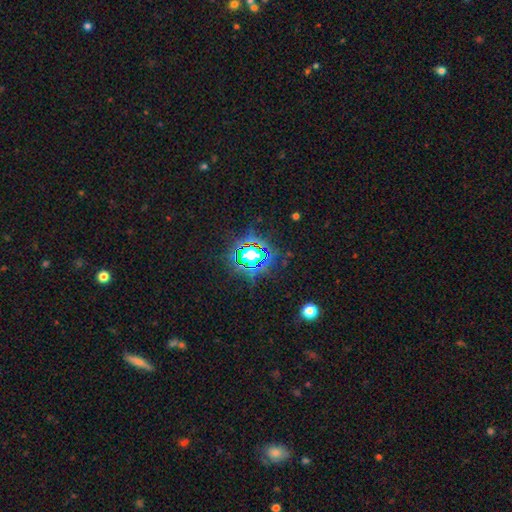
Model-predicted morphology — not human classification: A star or artifact, not a galaxy (80%).